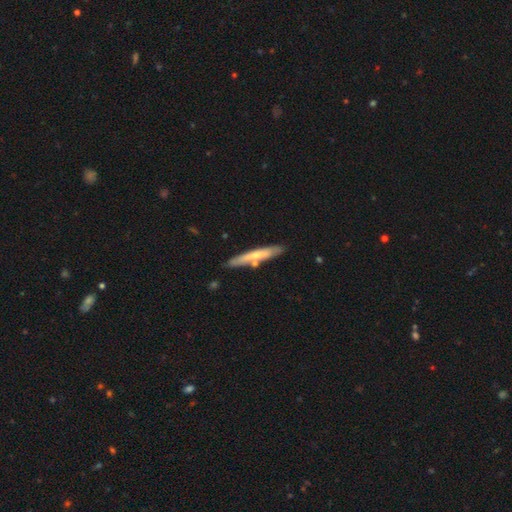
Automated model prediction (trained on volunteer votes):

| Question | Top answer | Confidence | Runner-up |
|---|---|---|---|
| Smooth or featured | smooth | 56% | featured or disk (38%) |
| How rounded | cigar-shaped | 92% | in between (6%) |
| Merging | none | 76% | minor disturbance (13%) |